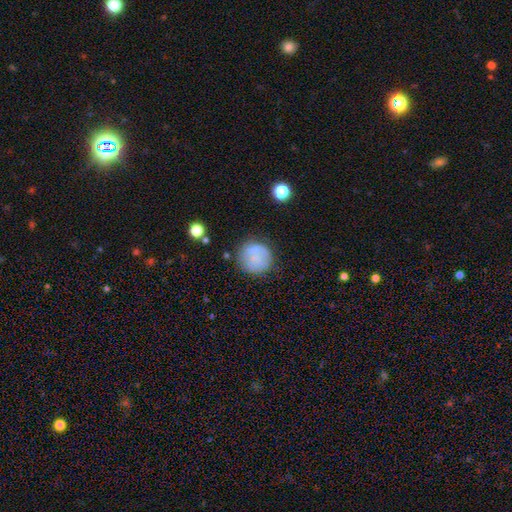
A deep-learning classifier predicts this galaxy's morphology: Smooth or featured: smooth — 65% (featured or disk — 25%)
How rounded: round — 93% (in between — 6%)
Merging: none — 66% (minor disturbance — 18%)